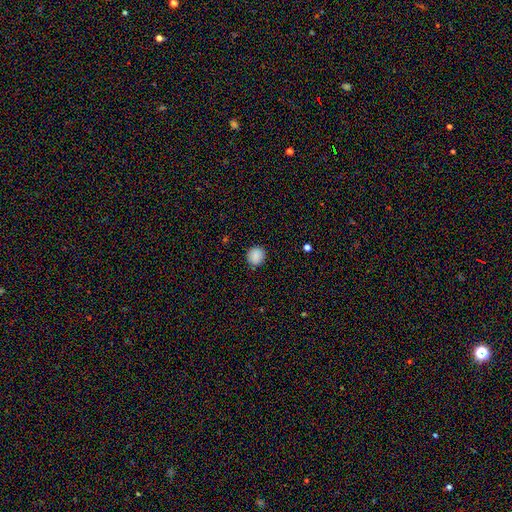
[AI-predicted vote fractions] Smooth or featured? smooth (87%)
How rounded? round (86%)
Merging? none (87%)